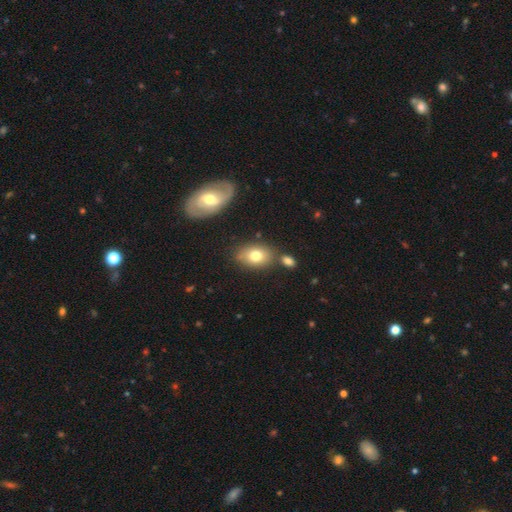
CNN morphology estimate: A smooth galaxy with no disk features (76%) that is in between round and cigar-shaped (80%).

Vote fractions:
- Smooth or featured? smooth: 76% / featured or disk: 15% / star or artifact: 9%
- How rounded? in between: 80% / round: 19% / cigar-shaped: 1%
- Merging? none: 68% / minor disturbance: 15% / merger: 13% / major disturbance: 4%